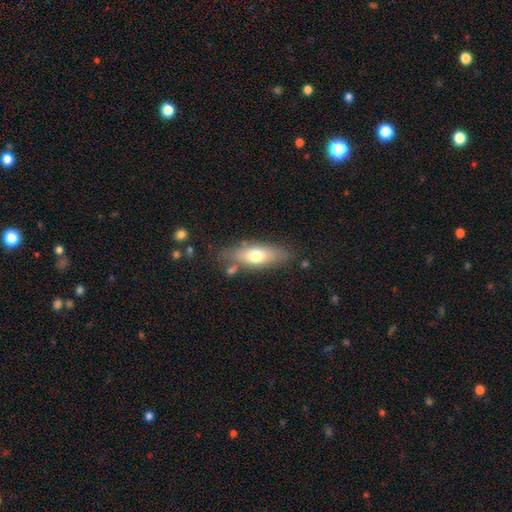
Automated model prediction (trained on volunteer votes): Smooth or featured: smooth — 65% (featured or disk — 28%)
How rounded: in between — 66% (cigar-shaped — 31%)
Merging: none — 73% (minor disturbance — 16%)